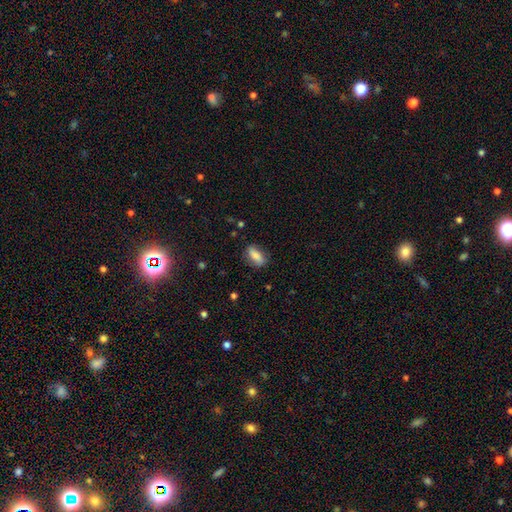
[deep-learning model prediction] smooth_or_featured: smooth (p=0.78) [alt: featured or disk p=0.15]
how_rounded: in between (p=0.77) [alt: cigar-shaped p=0.19]
merging: none (p=0.78) [alt: minor disturbance p=0.16]